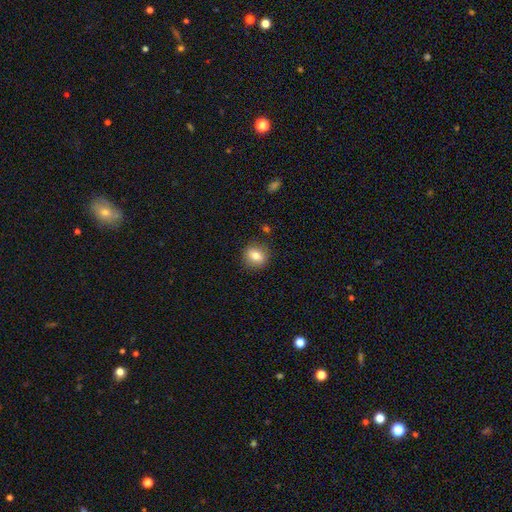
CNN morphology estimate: Smooth or featured? Predicted: smooth (p=0.79). How rounded? Predicted: round (p=0.73). Merging? Predicted: none (p=0.86).